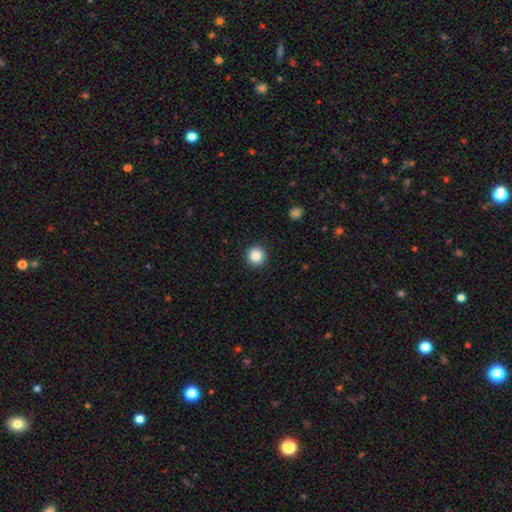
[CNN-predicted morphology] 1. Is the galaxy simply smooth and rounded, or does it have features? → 86% smooth, 10% star or artifact, 5% featured or disk.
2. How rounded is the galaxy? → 95% round, 4% in between, 1% cigar-shaped.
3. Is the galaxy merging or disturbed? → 93% none, 5% minor disturbance, 2% major disturbance, 1% merger.